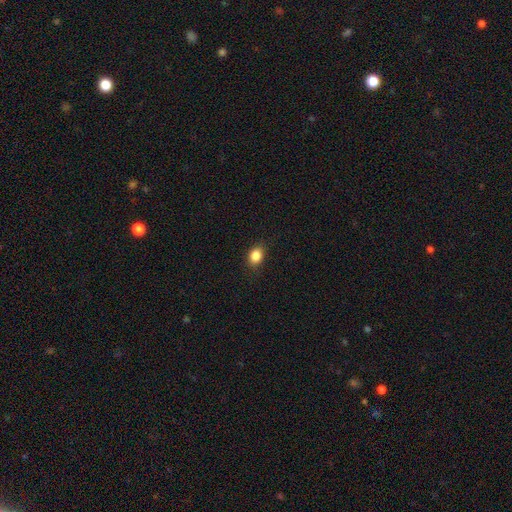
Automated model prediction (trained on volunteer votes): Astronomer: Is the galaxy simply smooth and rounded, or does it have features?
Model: smooth — 86%.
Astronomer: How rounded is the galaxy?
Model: in between — 60% (runner-up: round, 39%).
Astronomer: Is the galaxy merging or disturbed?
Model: none — 84%.